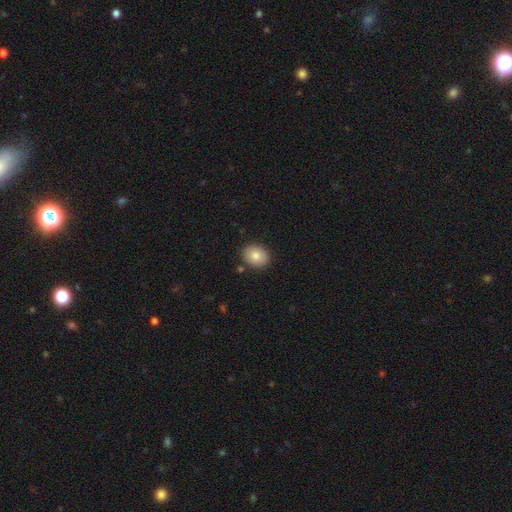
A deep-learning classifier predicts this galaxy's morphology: This is clearly a smooth galaxy (83%). How rounded: possibly in between (52%). Merging: clearly none (87%).